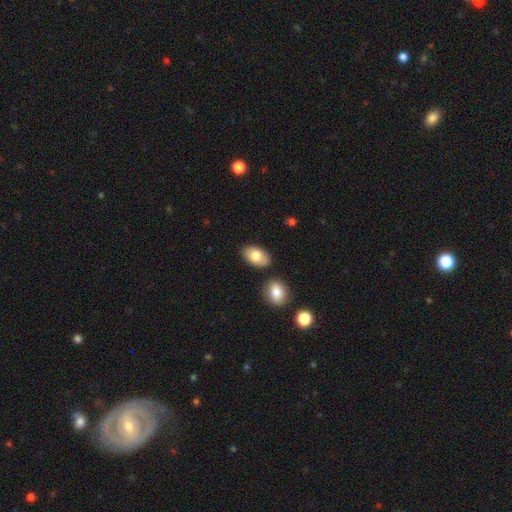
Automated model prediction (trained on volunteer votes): This appears to be a smooth galaxy with no disk features (80%) that is in between round and cigar-shaped (93%). Merging: none (79%).